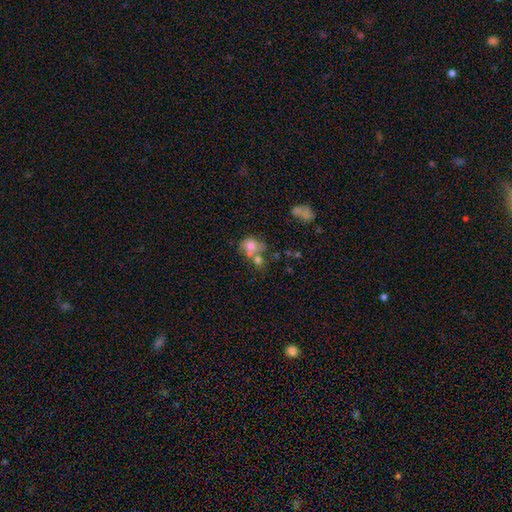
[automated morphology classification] The model was most divided on "merging": merger: 46%, none: 34%, minor disturbance: 12%, major disturbance: 8%. More confident: smooth or featured — smooth (66%); how rounded — round (64%).